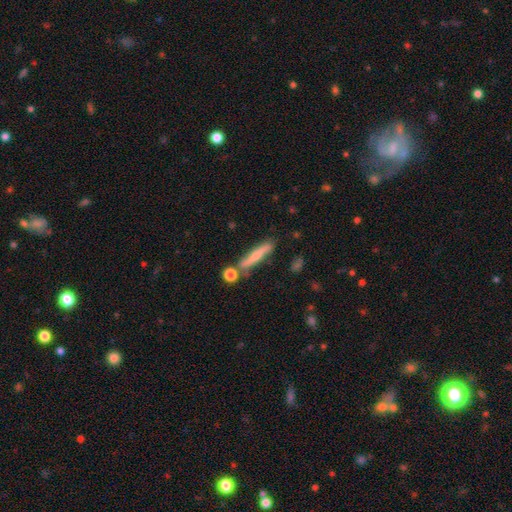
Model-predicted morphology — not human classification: smooth 47%, featured or disk 46%, star or artifact 7%. Down the decision tree: merging — none (70%).